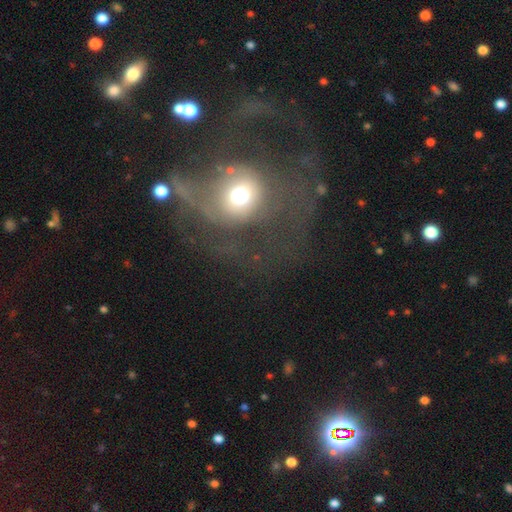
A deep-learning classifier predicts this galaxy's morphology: Smooth or featured? featured or disk (55%)
Edge-on disk? no (96%)
Bar? no (76%)
Spiral arms? no (52%)
Bulge size? moderate (58%)
Merging? major disturbance (43%)